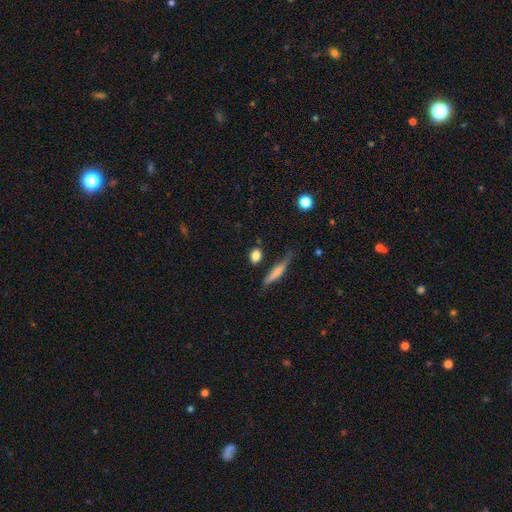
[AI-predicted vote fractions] The model was most divided on "how rounded": in between: 48%, round: 39%, cigar-shaped: 13%. More confident: smooth or featured — smooth (82%); merging — none (74%).